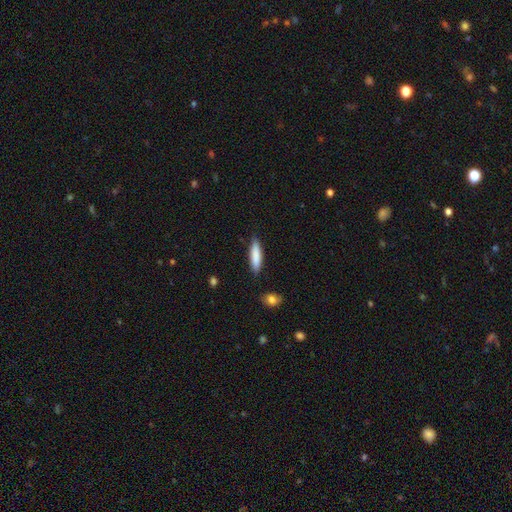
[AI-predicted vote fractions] Q: Smooth or featured?
A: smooth (84%); runner-up: featured or disk (11%)
Q: How rounded?
A: cigar-shaped (75%); runner-up: in between (24%)
Q: Merging?
A: none (86%); runner-up: minor disturbance (11%)